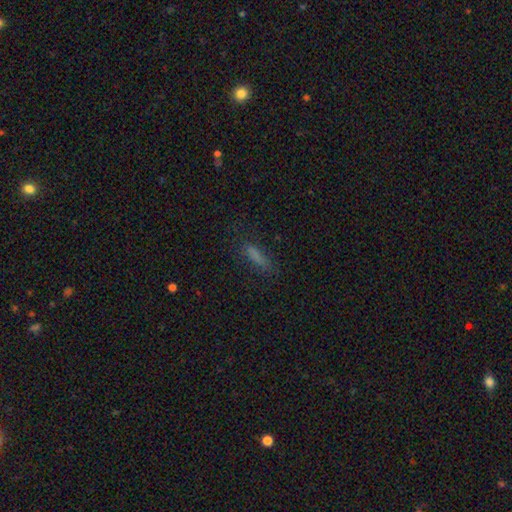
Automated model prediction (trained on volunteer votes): A smooth galaxy with no disk features (74%) that is cigar-shaped (70%).

Vote fractions:
- Smooth or featured? smooth: 74% / star or artifact: 14% / featured or disk: 12%
- How rounded? cigar-shaped: 70% / in between: 27% / round: 2%
- Merging? none: 72% / minor disturbance: 18% / major disturbance: 8% / merger: 2%